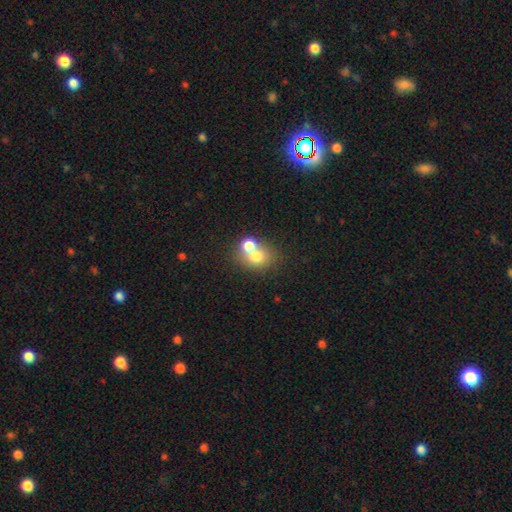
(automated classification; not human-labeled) smooth_or_featured: smooth (p=0.69) [alt: featured or disk p=0.18]
how_rounded: round (p=0.65) [alt: in between p=0.34]
merging: merger (p=0.56) [alt: none p=0.34]